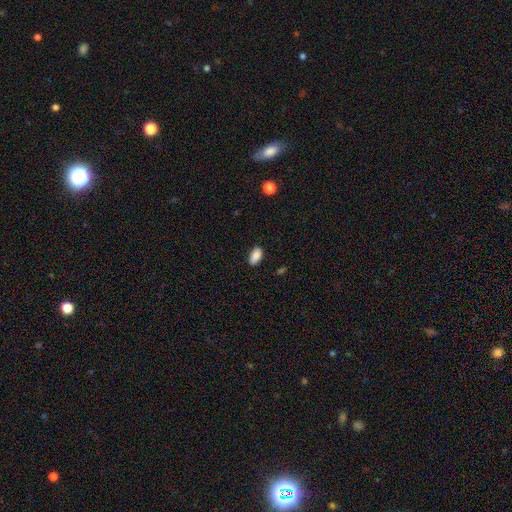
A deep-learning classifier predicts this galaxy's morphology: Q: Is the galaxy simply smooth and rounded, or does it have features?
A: smooth — 89%.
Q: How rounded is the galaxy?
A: in between — 93%.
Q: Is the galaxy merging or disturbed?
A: none — 88%.